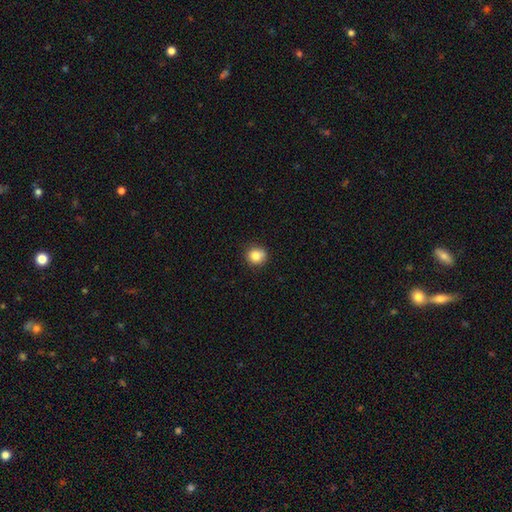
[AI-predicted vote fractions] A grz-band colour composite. It shows a smooth galaxy with no disk features (82%) that is round (89%). Merging: none (78%).